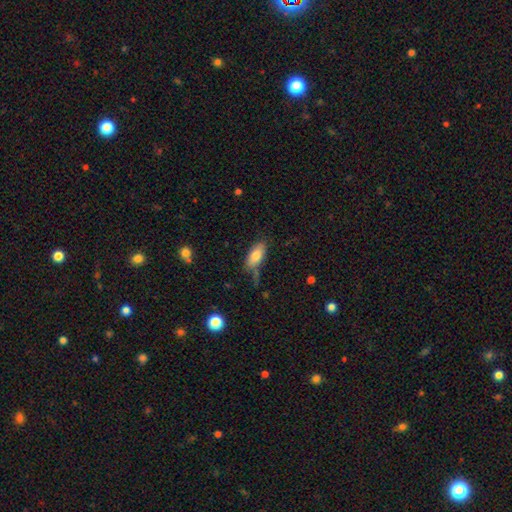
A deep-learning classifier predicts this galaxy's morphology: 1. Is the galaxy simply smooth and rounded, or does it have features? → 79% smooth, 14% featured or disk, 7% star or artifact.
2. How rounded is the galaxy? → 87% in between, 11% cigar-shaped, 3% round.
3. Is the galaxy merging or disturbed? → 60% none, 24% minor disturbance, 9% major disturbance, 6% merger.